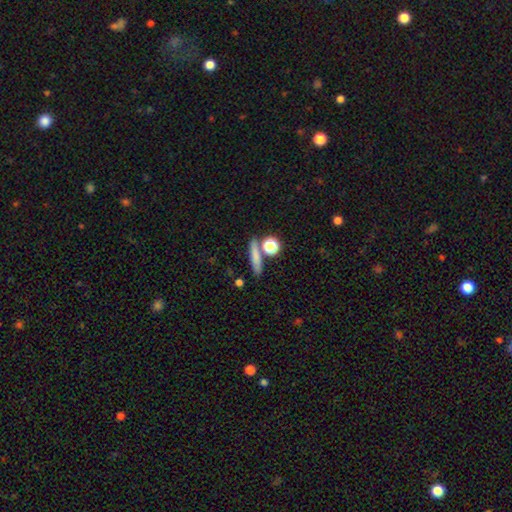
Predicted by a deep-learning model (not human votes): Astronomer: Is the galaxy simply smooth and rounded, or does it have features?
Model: smooth — 73%.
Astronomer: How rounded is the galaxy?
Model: cigar-shaped — 66%.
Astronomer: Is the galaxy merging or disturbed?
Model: none — 75%.